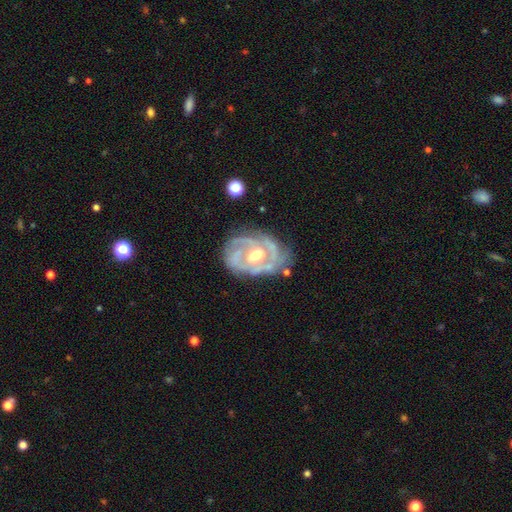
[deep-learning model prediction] A featured or disk galaxy (87%) with no bar (61%), 2 (35%) tight (60%) spiral arms (88%) and a moderate central bulge (73%).

Vote fractions:
- Smooth or featured? featured or disk: 87% / smooth: 9% / star or artifact: 5%
- Edge-on disk? no: 96% / yes: 4%
- Bar? no: 61% / weak: 29% / strong: 10%
- Spiral arms? yes: 88% / no: 12%
- Spiral winding? tight: 60% / medium: 32% / loose: 8%
- Spiral arm count? 2: 35% / can't tell: 26% / 3: 23% / 1: 7% / 4: 5% / more than 4: 4%
- Bulge size? moderate: 73% / large: 18% / small: 7% / dominant: 1% / none: 1%
- Merging? none: 64% / minor disturbance: 24% / major disturbance: 10% / merger: 2%